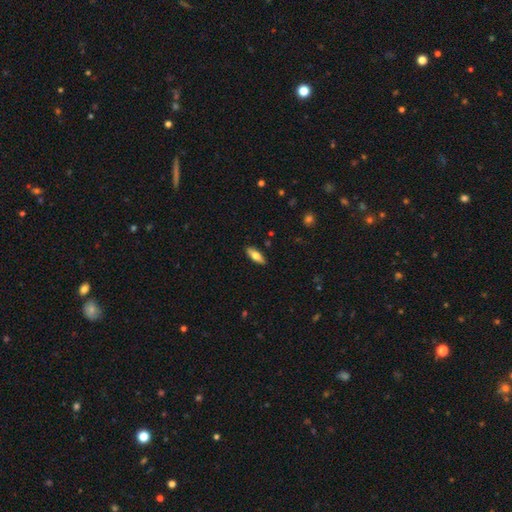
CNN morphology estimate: Smooth or featured: smooth — 68% (featured or disk — 26%)
How rounded: in between — 65% (cigar-shaped — 32%)
Merging: none — 88% (minor disturbance — 9%)